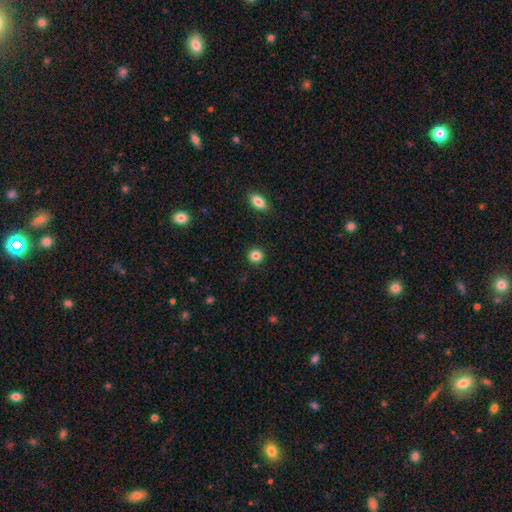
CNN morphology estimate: Smooth or featured? Predicted: smooth (p=0.85). How rounded? Predicted: round (p=0.91). Merging? Predicted: none (p=0.92).